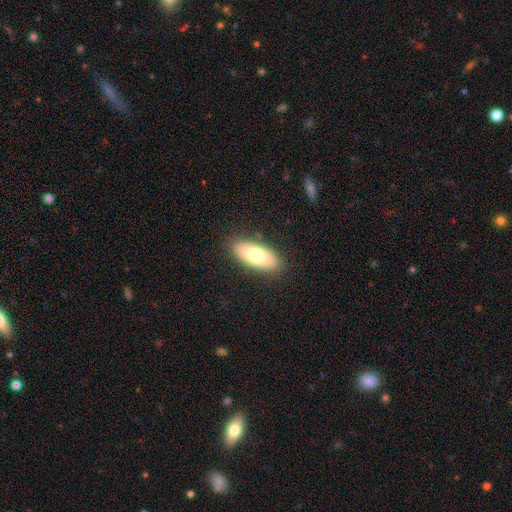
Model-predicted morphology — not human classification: smooth-or-featured: smooth: 74% | featured or disk: 20% | star or artifact: 6%
  how-rounded: in between: 84% | cigar-shaped: 13% | round: 3%
  merging: none: 86% | minor disturbance: 10% | major disturbance: 3% | merger: 1%